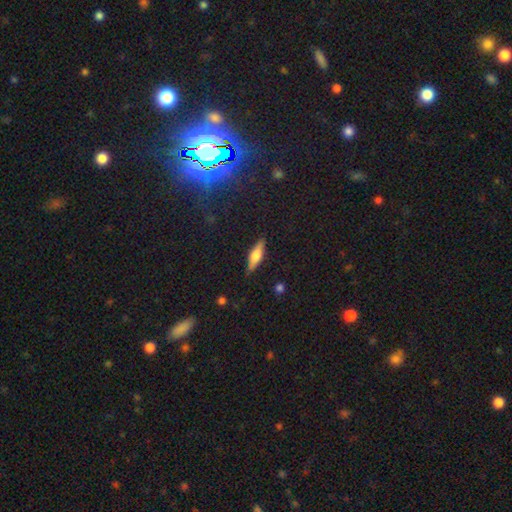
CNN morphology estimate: Smooth or featured?
  - smooth: 55% *
  - featured or disk: 38%
  - star or artifact: 7%
How rounded?
  - cigar-shaped: 58% *
  - in between: 39%
  - round: 3%
Merging?
  - none: 86% *
  - minor disturbance: 11%
  - major disturbance: 2%
  - merger: 1%